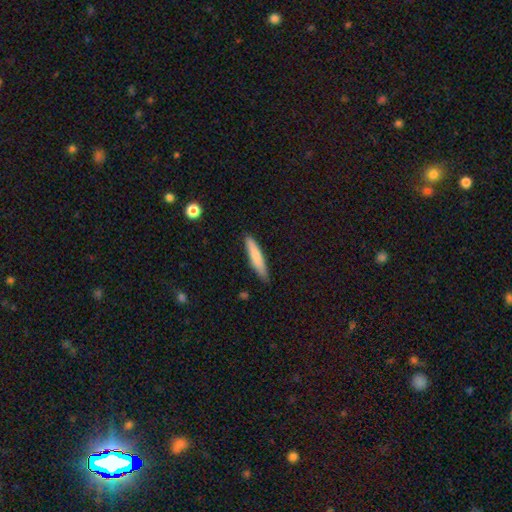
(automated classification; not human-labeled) Overall: smooth (75%). How rounded: cigar-shaped (88%). Merging: none (84%).